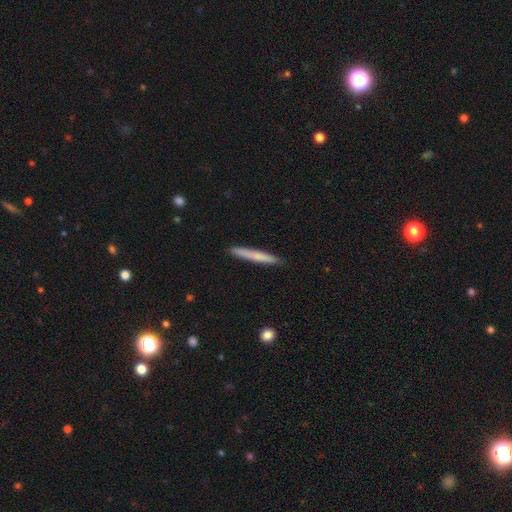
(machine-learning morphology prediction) type=smooth (69%); roundness=cigar-shaped (96%); merging=none (90%).